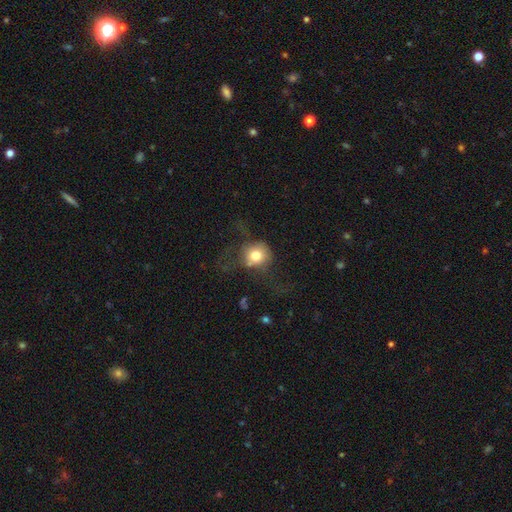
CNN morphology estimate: smooth_or_featured: smooth (p=0.72) [alt: featured or disk p=0.17]
how_rounded: round (p=0.83) [alt: in between p=0.16]
merging: none (p=0.43) [alt: major disturbance p=0.32]